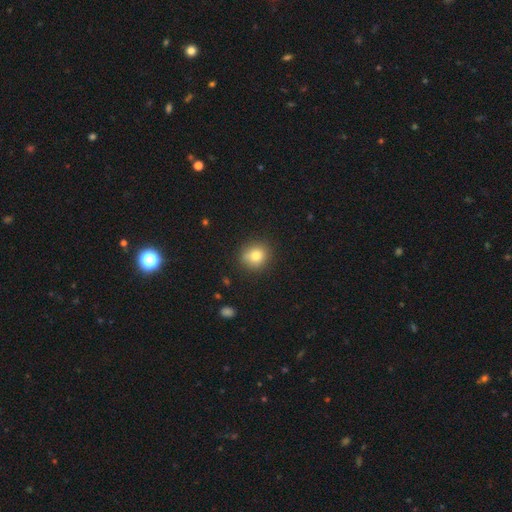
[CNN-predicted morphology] The model was most divided on "how rounded": round: 81%, in between: 18%, cigar-shaped: 1%. More confident: merging — none (83%); smooth or featured — smooth (79%).